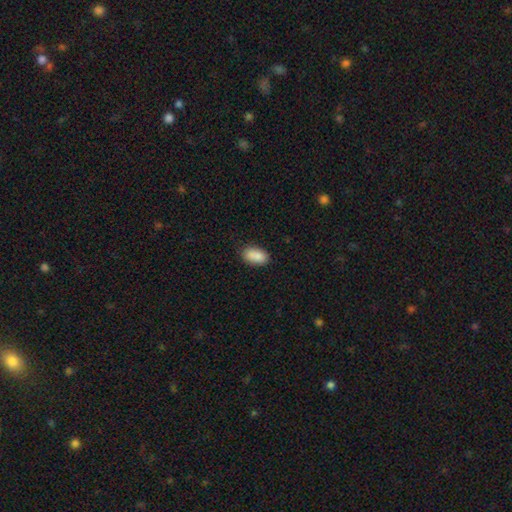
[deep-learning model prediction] The model was most divided on "merging": none: 71%, minor disturbance: 17%, merger: 8%, major disturbance: 3%. More confident: how rounded — in between (91%); smooth or featured — smooth (85%).